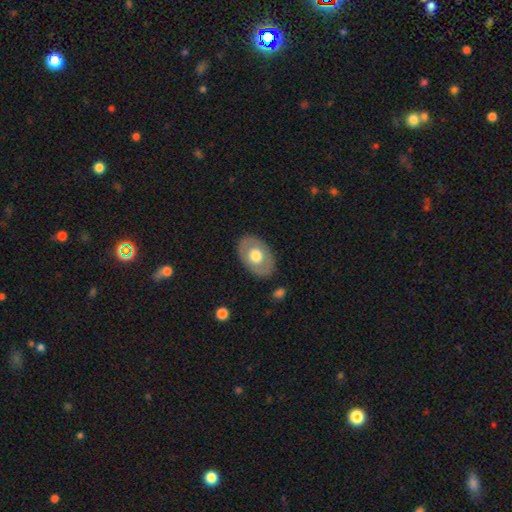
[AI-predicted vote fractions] Smooth or featured?
  - smooth: 55% *
  - featured or disk: 39%
  - star or artifact: 5%
How rounded?
  - in between: 82% *
  - round: 17%
  - cigar-shaped: 1%
Merging?
  - none: 85% *
  - minor disturbance: 10%
  - major disturbance: 3%
  - merger: 1%